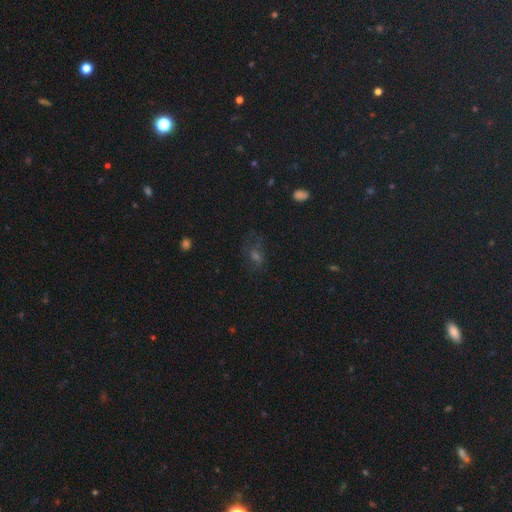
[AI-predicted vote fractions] A star or artifact, not a galaxy (43%).